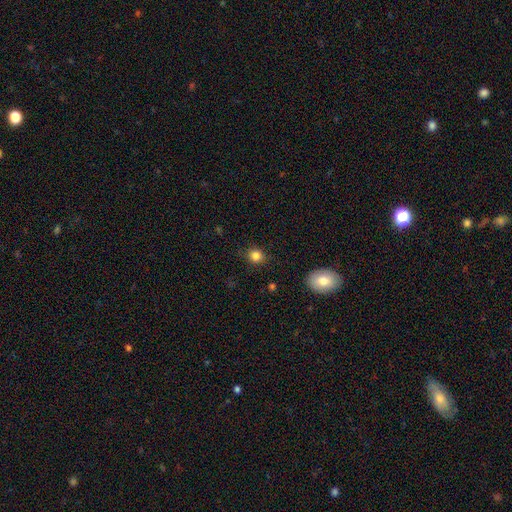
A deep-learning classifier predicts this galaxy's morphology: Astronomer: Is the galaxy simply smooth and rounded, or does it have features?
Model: smooth — 84%.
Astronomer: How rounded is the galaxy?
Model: round — 82%.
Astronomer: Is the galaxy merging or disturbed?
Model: none — 87%.